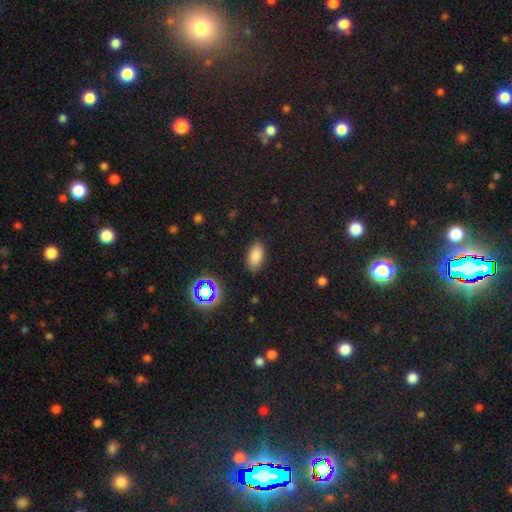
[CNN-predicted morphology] Q: Smooth or featured?
A: smooth (81%); runner-up: star or artifact (13%)
Q: How rounded?
A: in between (92%); runner-up: round (4%)
Q: Merging?
A: none (85%); runner-up: minor disturbance (11%)